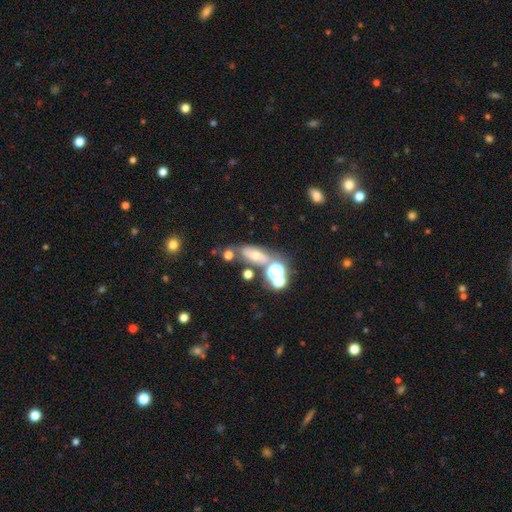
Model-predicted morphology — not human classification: The model was most divided on "smooth or featured": smooth: 39%, featured or disk: 33%, star or artifact: 28%. More confident: merging — none (52%).